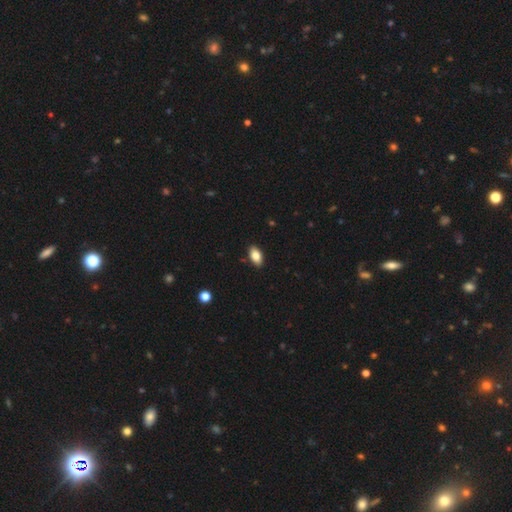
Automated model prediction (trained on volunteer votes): smooth 83%, featured or disk 9%, star or artifact 8%. Down the decision tree: how rounded — in between (92%); merging — none (88%).